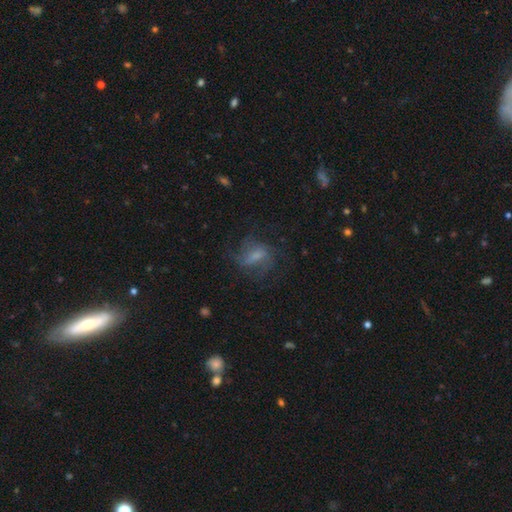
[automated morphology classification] Overall: featured or disk (56%; smooth 32%). Edge-on disk: no (94%). Bar: weak (46%; strong 29%). Spiral arms: yes (75%). Bulge size: moderate (31%; small 30%). Merging: none (54%; major disturbance 24%).